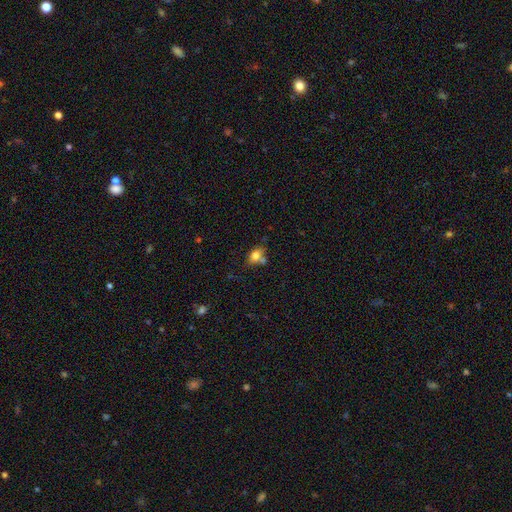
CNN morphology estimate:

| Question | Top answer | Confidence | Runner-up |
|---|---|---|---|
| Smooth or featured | smooth | 76% | featured or disk (14%) |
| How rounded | in between | 69% | round (28%) |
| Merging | none | 49% | merger (26%) |